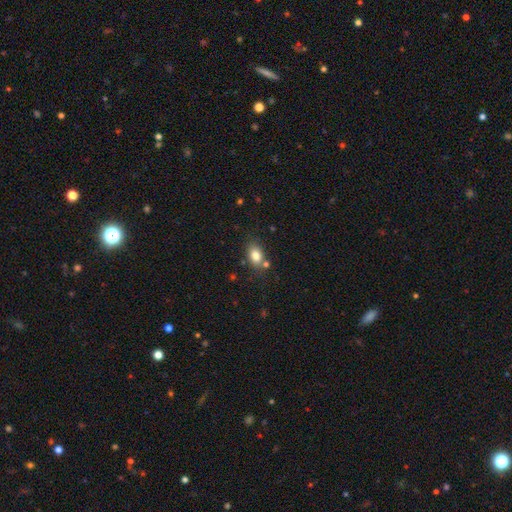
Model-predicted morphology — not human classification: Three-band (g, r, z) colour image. It shows a smooth galaxy with no disk features (81%) that is in between round and cigar-shaped (79%). Merging: none (71%).